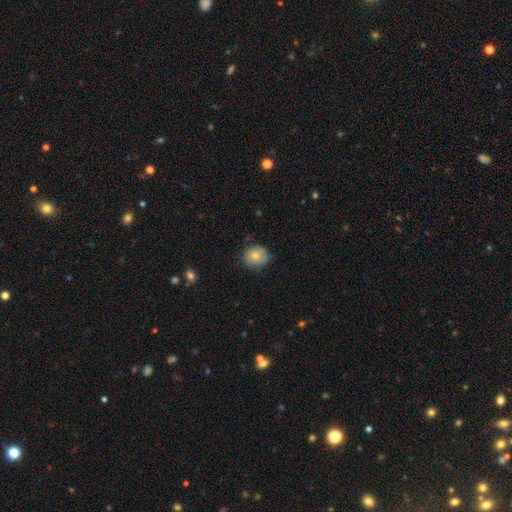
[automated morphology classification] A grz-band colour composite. It shows a smooth galaxy with no disk features (77%) that is round (72%). Merging: none (71%).